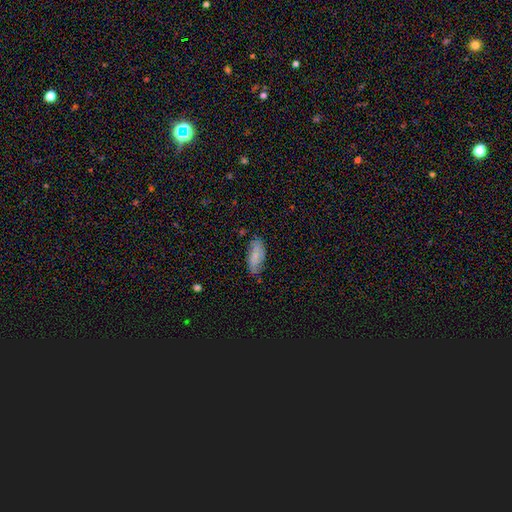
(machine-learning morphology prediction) Smooth or featured? Predicted: smooth (p=0.73). How rounded? Predicted: in between (p=0.83). Merging? Predicted: none (p=0.73).